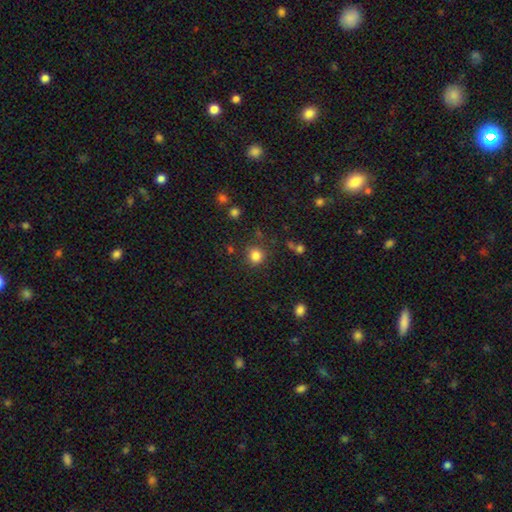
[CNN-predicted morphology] Overall: smooth (83%). How rounded: round (88%). Merging: none (84%).